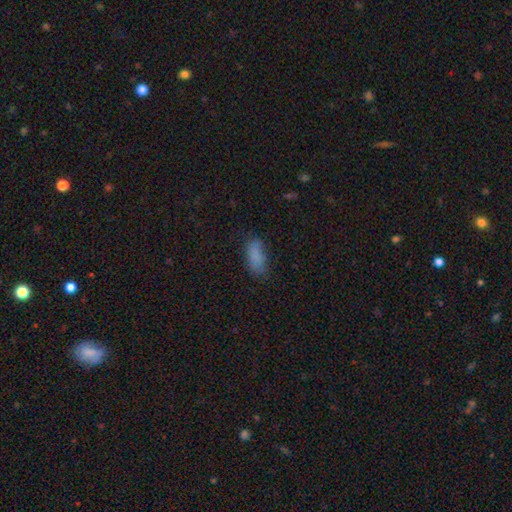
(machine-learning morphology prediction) The model was most divided on "merging": none: 64%, minor disturbance: 25%, major disturbance: 9%, merger: 2%. More confident: how rounded — in between (84%); smooth or featured — smooth (82%).